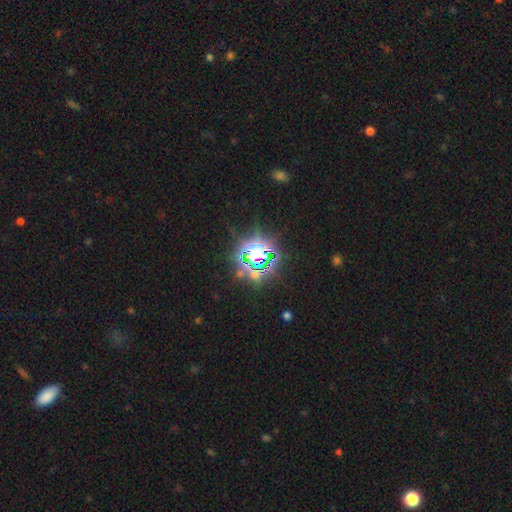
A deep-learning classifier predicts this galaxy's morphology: Smooth or featured?
  - star or artifact: 77% *
  - smooth: 13%
  - featured or disk: 10%